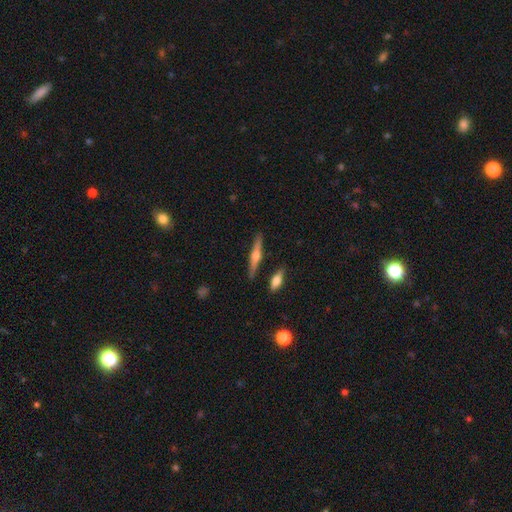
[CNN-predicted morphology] featured or disk 65%, smooth 29%, star or artifact 6%. Down the decision tree: edge-on disk — yes (97%); edge-on bulge — rounded (86%); merging — none (87%).